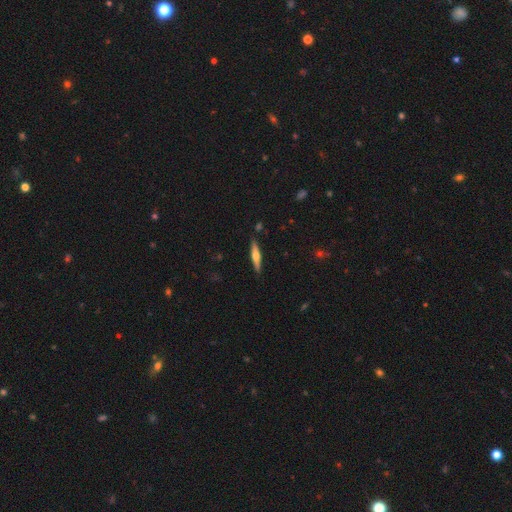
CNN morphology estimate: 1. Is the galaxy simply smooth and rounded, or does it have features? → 57% featured or disk, 38% smooth, 6% star or artifact.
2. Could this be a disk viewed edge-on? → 96% yes, 4% no.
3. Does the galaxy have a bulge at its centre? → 90% rounded, 5% none, 5% boxy.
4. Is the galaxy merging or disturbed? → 89% none, 8% minor disturbance, 2% major disturbance, 2% merger.